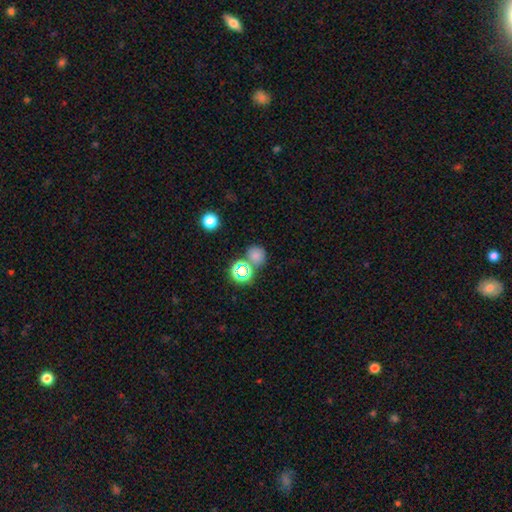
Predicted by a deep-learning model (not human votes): Smooth or featured? smooth (66%)
How rounded? round (80%)
Merging? none (67%)